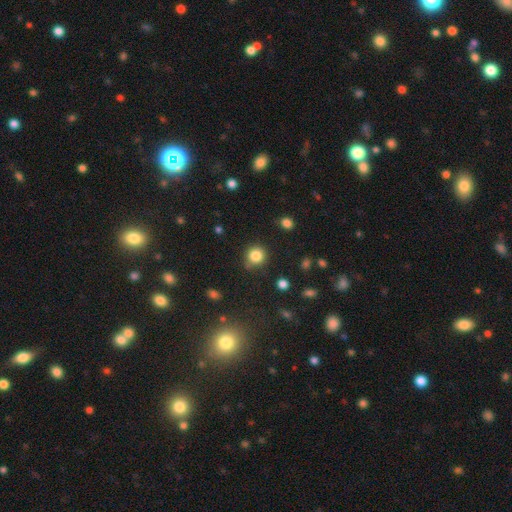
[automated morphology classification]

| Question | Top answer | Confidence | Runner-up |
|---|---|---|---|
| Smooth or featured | smooth | 83% | star or artifact (11%) |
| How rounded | round | 91% | in between (8%) |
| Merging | none | 81% | minor disturbance (12%) |